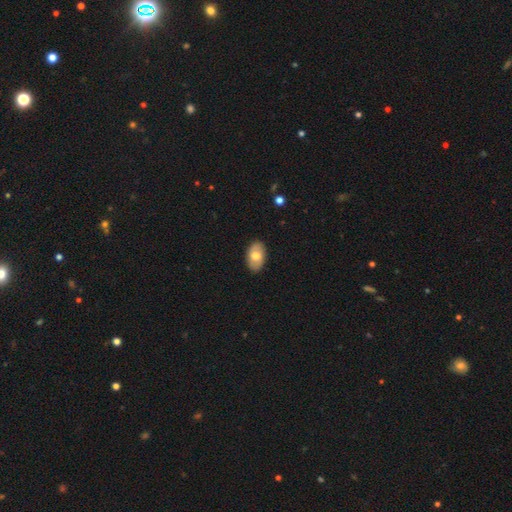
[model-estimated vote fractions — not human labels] This is likely a smooth galaxy (68%). How rounded: clearly in between (92%). Merging: clearly none (87%).